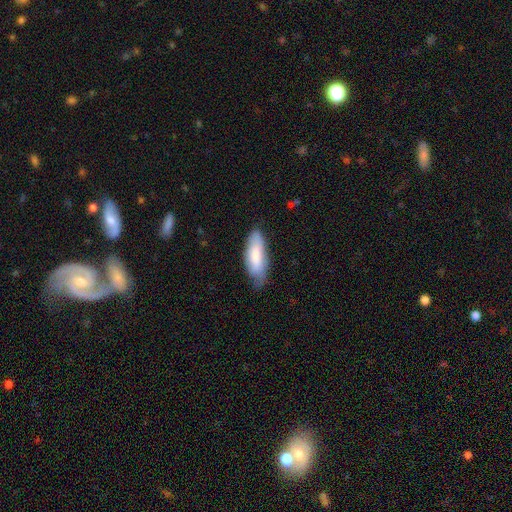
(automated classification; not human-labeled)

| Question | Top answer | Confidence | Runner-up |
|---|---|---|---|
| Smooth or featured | smooth | 77% | featured or disk (17%) |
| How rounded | in between | 70% | cigar-shaped (29%) |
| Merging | none | 59% | minor disturbance (33%) |